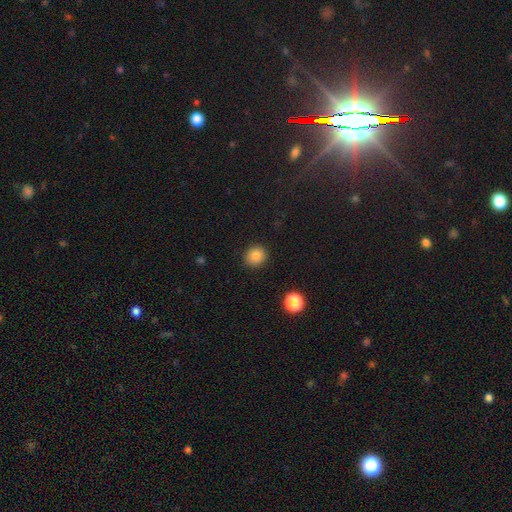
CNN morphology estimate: Smooth or featured? Predicted: smooth (p=0.85). How rounded? Predicted: round (p=0.84). Merging? Predicted: none (p=0.90).